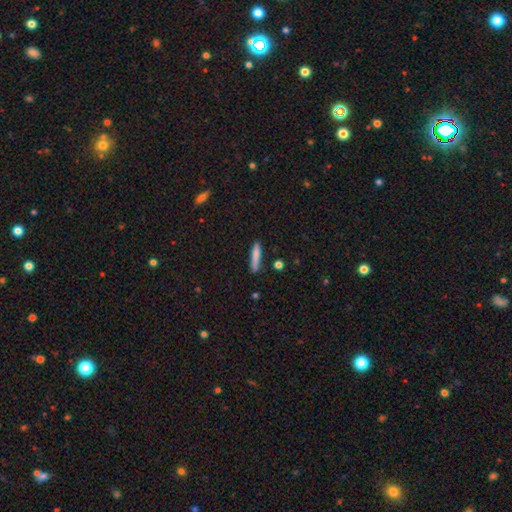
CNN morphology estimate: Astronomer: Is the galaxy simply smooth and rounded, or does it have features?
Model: smooth — 79%.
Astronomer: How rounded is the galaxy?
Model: cigar-shaped — 91%.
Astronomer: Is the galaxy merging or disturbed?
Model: none — 81%.